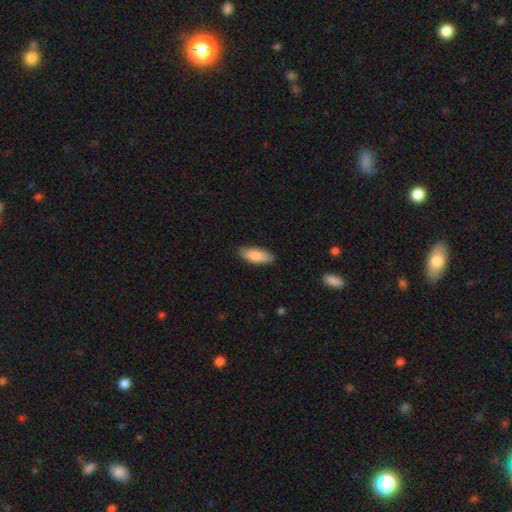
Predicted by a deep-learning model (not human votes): A smooth galaxy with no disk features (85%) that is in between round and cigar-shaped (74%).

Vote fractions:
- Smooth or featured? smooth: 85% / featured or disk: 9% / star or artifact: 6%
- How rounded? in between: 74% / cigar-shaped: 24% / round: 2%
- Merging? none: 86% / minor disturbance: 11% / major disturbance: 2% / merger: 1%